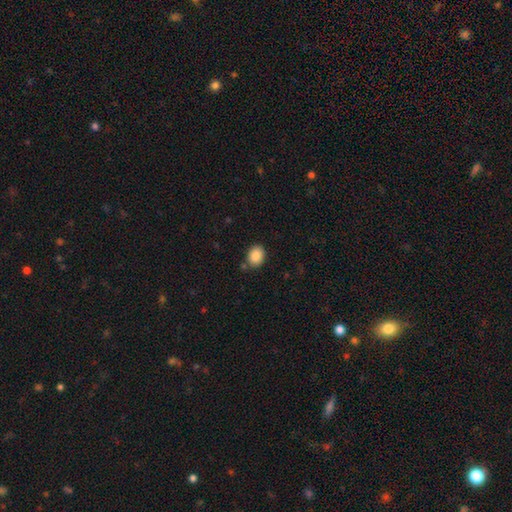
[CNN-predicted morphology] smooth_or_featured: smooth (p=0.87) [alt: star or artifact p=0.08]
how_rounded: in between (p=0.53) [alt: round p=0.46]
merging: none (p=0.81) [alt: minor disturbance p=0.11]